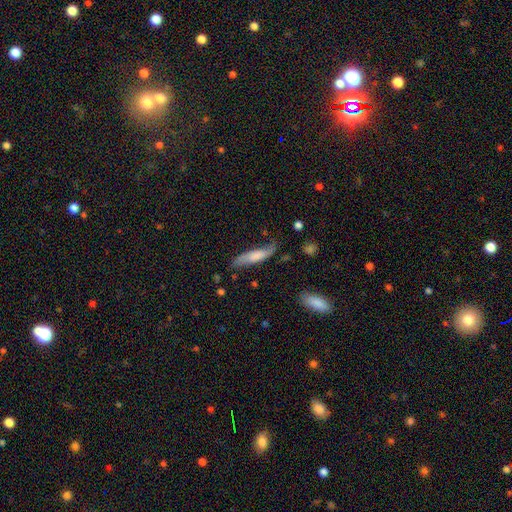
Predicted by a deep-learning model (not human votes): smooth-or-featured: smooth: 60% | featured or disk: 34% | star or artifact: 6%
  how-rounded: cigar-shaped: 75% | in between: 24% | round: 2%
  merging: none: 61% | minor disturbance: 28% | major disturbance: 8% | merger: 3%